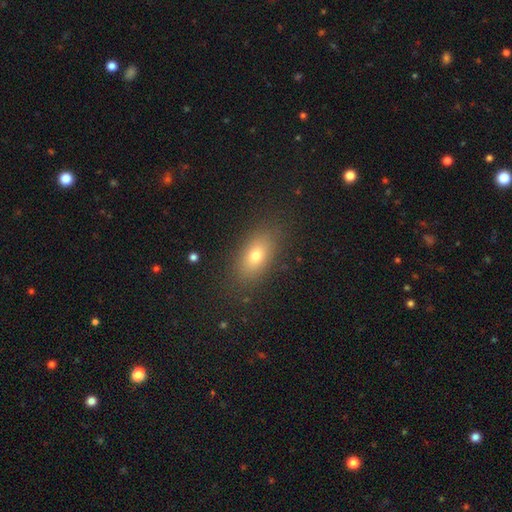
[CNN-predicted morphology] This is likely a smooth galaxy (73%). How rounded: clearly in between (84%). Merging: clearly none (86%).